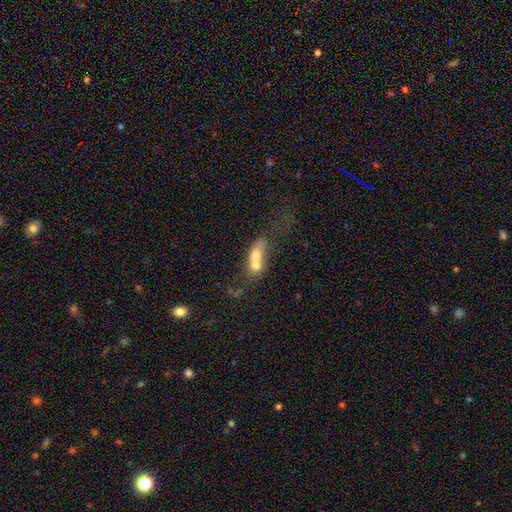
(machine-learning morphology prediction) smooth 59%, featured or disk 31%, star or artifact 10%. Down the decision tree: how rounded — in between (57%); merging — merger (72%).